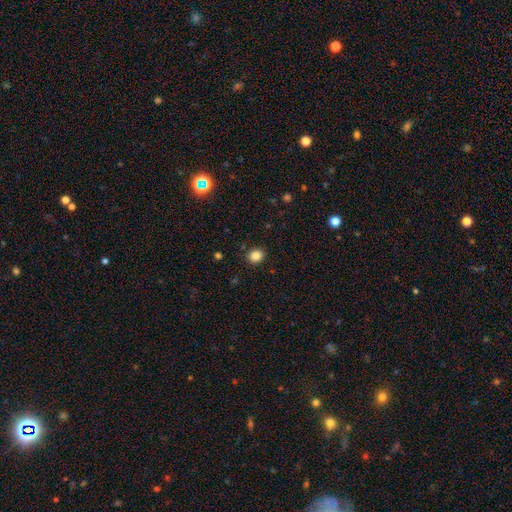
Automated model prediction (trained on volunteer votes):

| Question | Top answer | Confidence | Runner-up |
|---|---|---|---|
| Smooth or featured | smooth | 85% | star or artifact (11%) |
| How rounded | round | 69% | in between (30%) |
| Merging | none | 90% | minor disturbance (7%) |